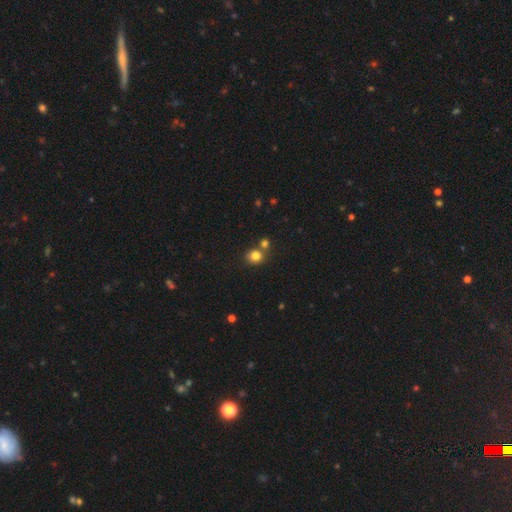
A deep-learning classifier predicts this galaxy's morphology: Q: Smooth or featured?
A: smooth (81%); runner-up: star or artifact (12%)
Q: How rounded?
A: round (79%); runner-up: in between (21%)
Q: Merging?
A: none (62%); runner-up: merger (25%)